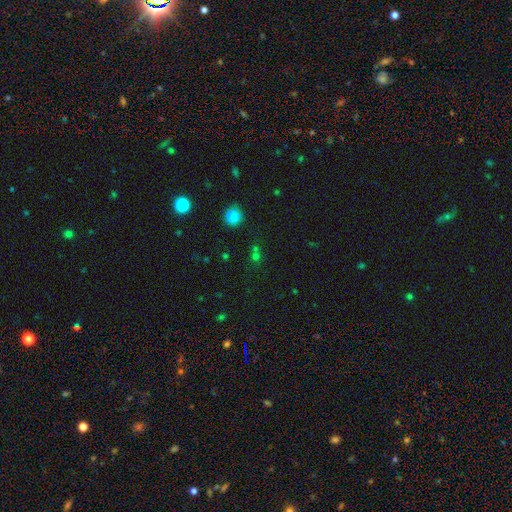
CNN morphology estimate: Smooth or featured: smooth — 54% (star or artifact — 37%)
How rounded: round — 84% (in between — 15%)
Merging: none — 64% (merger — 23%)